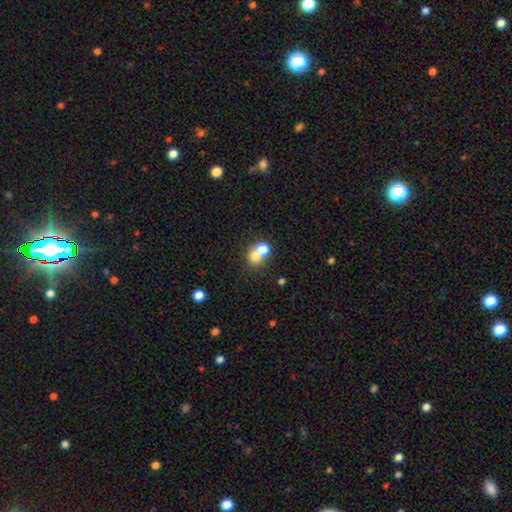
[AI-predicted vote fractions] A smooth galaxy with no disk features (71%) that is round (80%). Merging: merger (57%).